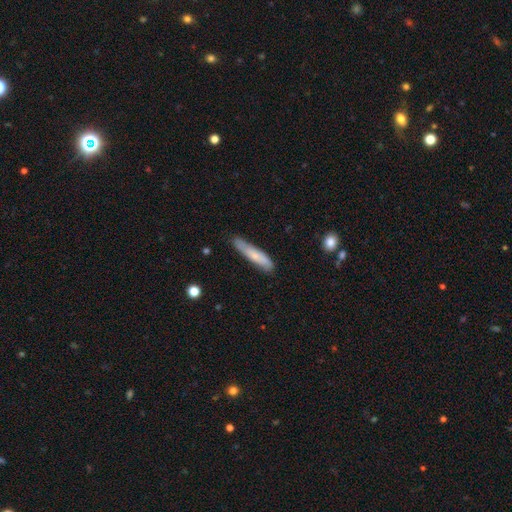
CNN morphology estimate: A smooth galaxy with no disk features (65%) that is cigar-shaped (86%). Merging: none (72%).